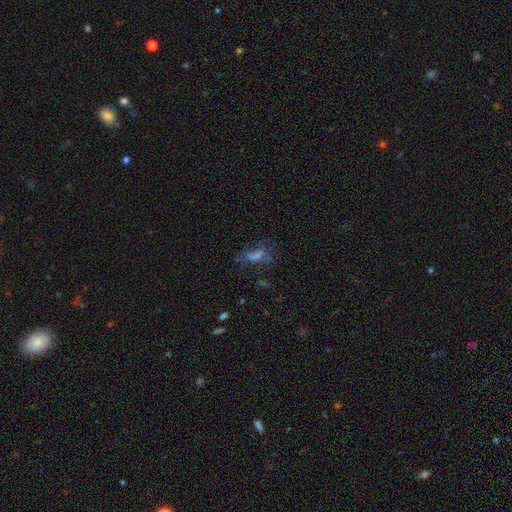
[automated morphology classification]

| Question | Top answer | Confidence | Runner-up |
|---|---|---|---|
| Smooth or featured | smooth | 40% | star or artifact (33%) |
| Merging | none | 51% | major disturbance (23%) |